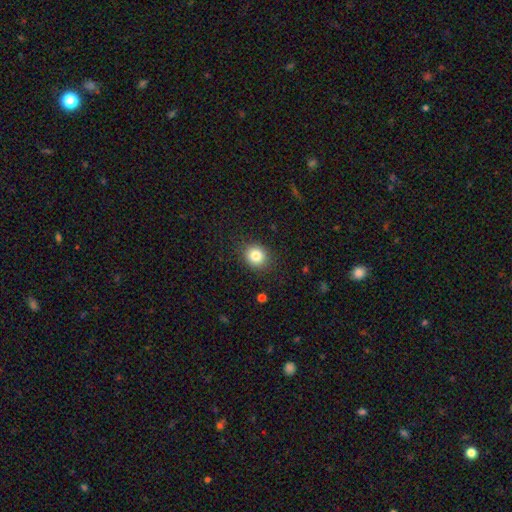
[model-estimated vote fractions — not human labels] A smooth galaxy with no disk features (83%) that is round (83%). Merging: none (89%).